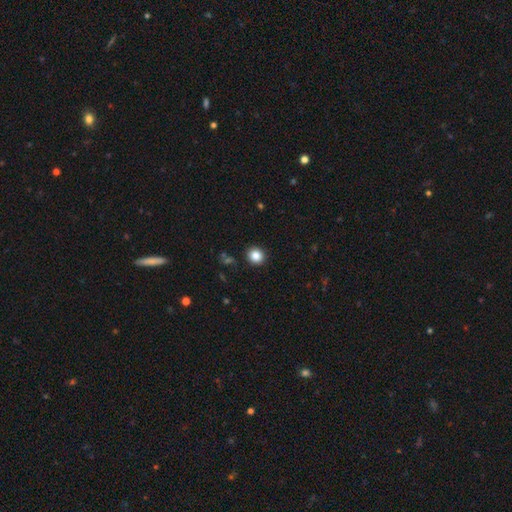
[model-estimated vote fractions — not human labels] smooth-or-featured: smooth: 86% | star or artifact: 11% | featured or disk: 4%
  how-rounded: round: 88% | in between: 11% | cigar-shaped: 1%
  merging: none: 91% | minor disturbance: 6% | major disturbance: 2% | merger: 1%